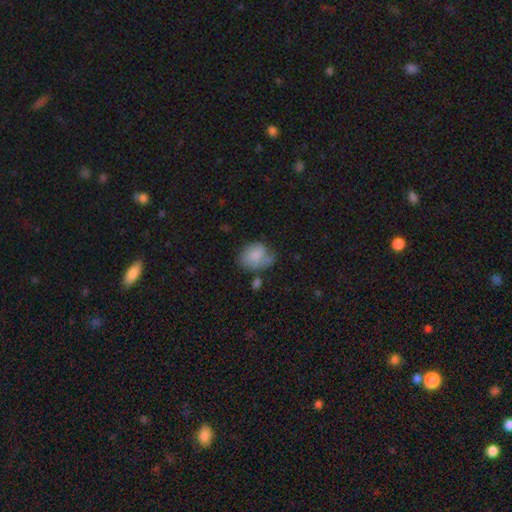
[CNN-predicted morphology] type=smooth (72%); roundness=in between (60%); merging=none (43%).